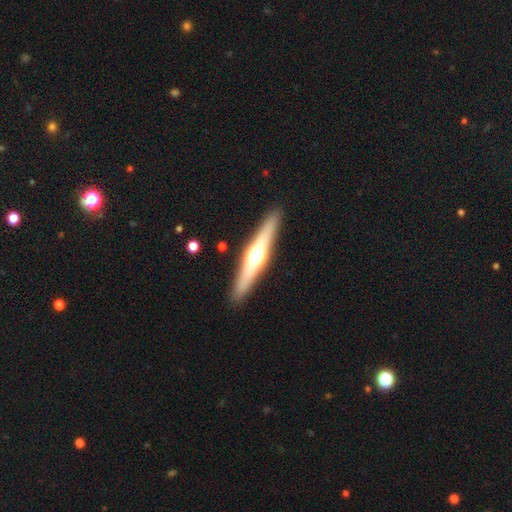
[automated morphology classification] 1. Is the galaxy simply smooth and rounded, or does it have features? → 58% featured or disk, 37% smooth, 5% star or artifact.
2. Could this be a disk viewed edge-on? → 94% yes, 6% no.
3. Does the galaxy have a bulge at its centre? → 91% rounded, 5% none, 4% boxy.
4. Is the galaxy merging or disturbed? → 90% none, 7% minor disturbance, 2% major disturbance, 1% merger.